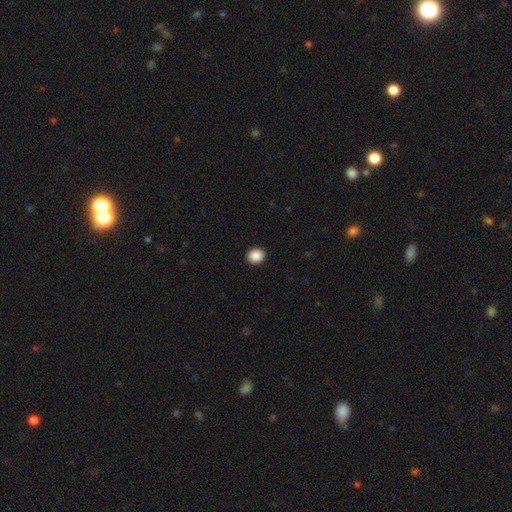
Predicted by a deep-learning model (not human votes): Q: Smooth or featured?
A: smooth (89%); runner-up: star or artifact (9%)
Q: How rounded?
A: round (75%); runner-up: in between (24%)
Q: Merging?
A: none (93%); runner-up: minor disturbance (5%)